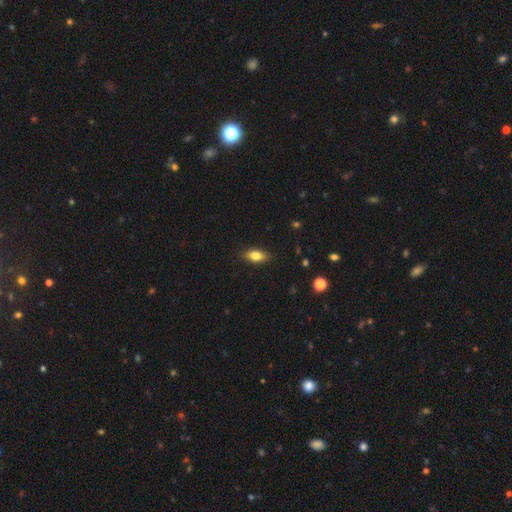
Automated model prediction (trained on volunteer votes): Smooth or featured: smooth — 74% (featured or disk — 18%)
How rounded: in between — 82% (cigar-shaped — 12%)
Merging: none — 87% (minor disturbance — 10%)